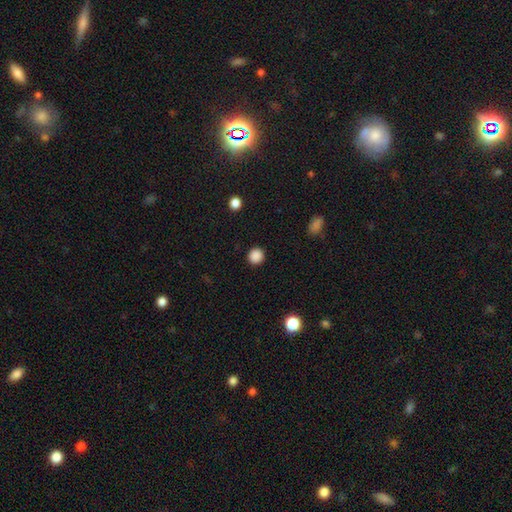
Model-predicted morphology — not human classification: This appears to be a smooth galaxy with no disk features (87%) that is round (92%). Merging: none (91%).